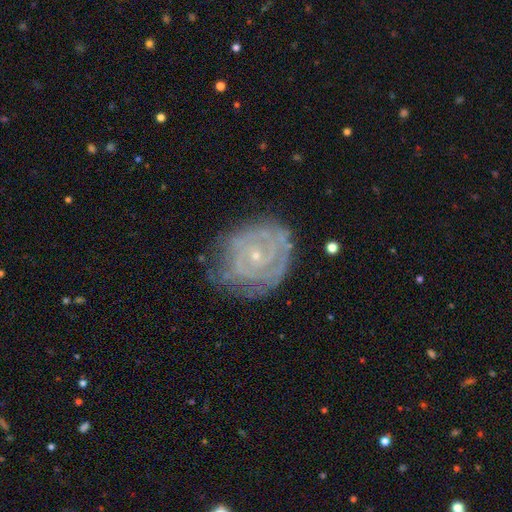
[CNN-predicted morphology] This appears to be a featured or disk galaxy (80%) with no bar (75%), tight (78%) spiral arms (88%) and a small central bulge (83%). Merging: none (66%).